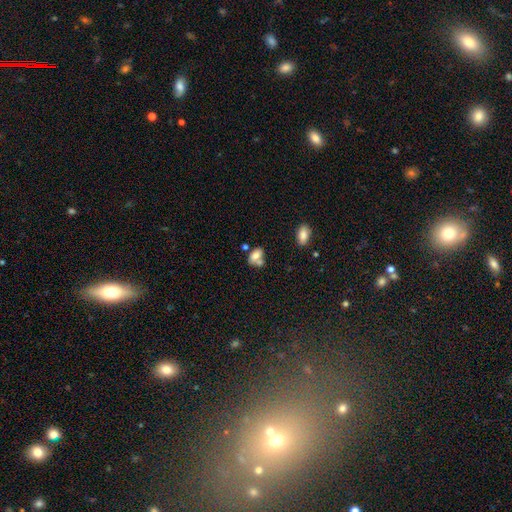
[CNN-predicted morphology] This is likely a smooth galaxy (75%). How rounded: clearly in between (85%). Merging: marginally merger (40%).